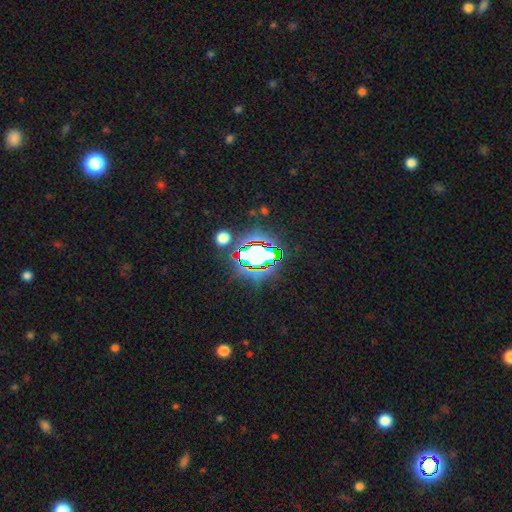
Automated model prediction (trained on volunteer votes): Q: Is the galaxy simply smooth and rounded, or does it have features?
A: star or artifact — 64%.